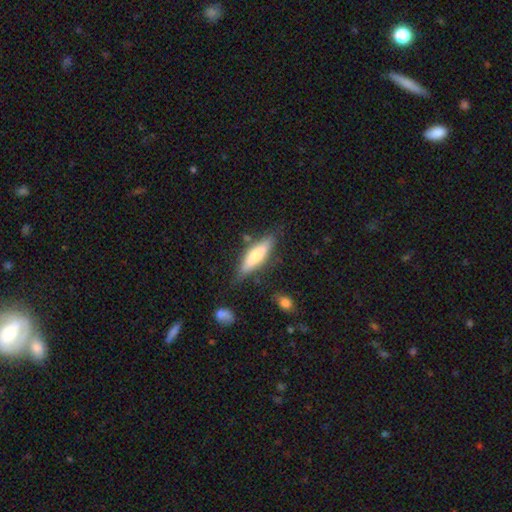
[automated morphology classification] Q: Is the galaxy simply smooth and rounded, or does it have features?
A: smooth — 55%.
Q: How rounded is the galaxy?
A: cigar-shaped — 62%.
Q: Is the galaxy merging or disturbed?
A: none — 74%.